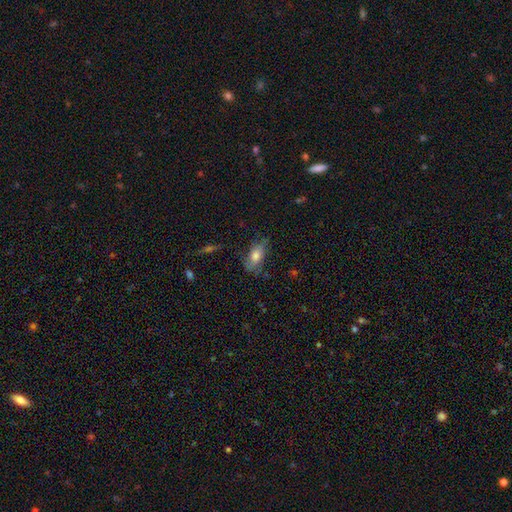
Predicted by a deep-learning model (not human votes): This is likely a smooth galaxy (64%). How rounded: clearly in between (84%). Merging: likely none (61%).